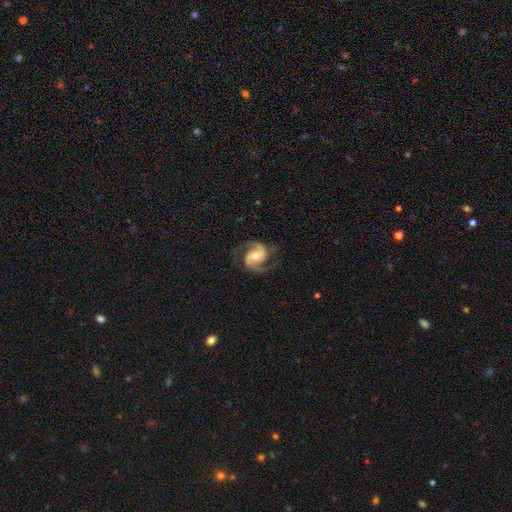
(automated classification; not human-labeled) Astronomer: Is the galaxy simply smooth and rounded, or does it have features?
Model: featured or disk — 89%.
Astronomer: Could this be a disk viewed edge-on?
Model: no — 98%.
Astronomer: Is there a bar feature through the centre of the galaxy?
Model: no — 44% (runner-up: weak, 40%).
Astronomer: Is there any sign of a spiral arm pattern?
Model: yes — 98%.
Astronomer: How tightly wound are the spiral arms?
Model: medium — 59%.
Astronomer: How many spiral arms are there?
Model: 2 — 93%.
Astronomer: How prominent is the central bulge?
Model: moderate — 53% (runner-up: small, 33%).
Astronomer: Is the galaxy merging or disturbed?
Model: none — 78%.